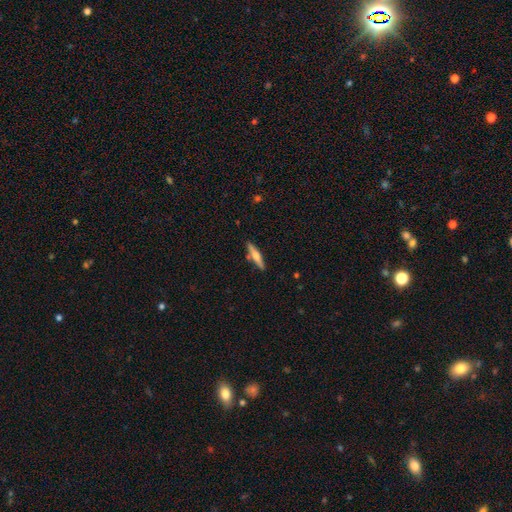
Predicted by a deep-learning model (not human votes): Overall: featured or disk (53%; smooth 42%). Edge-on disk: yes (96%). Edge-on bulge: rounded (87%). Merging: none (84%).